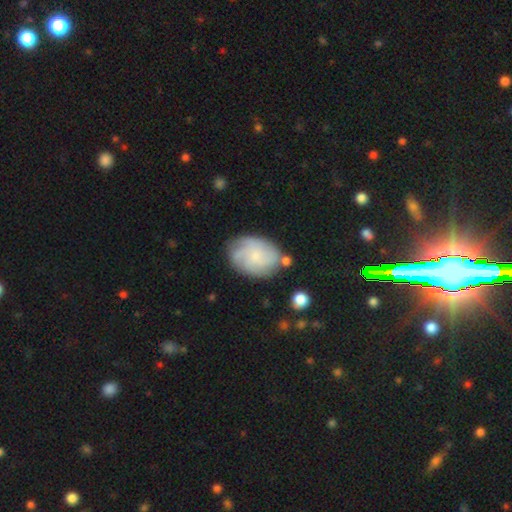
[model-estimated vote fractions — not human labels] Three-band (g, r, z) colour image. It shows a featured or disk galaxy (58%) with no bar (76%), tight (49%) spiral arms (90%) and a small central bulge (67%). Merging: none (69%).